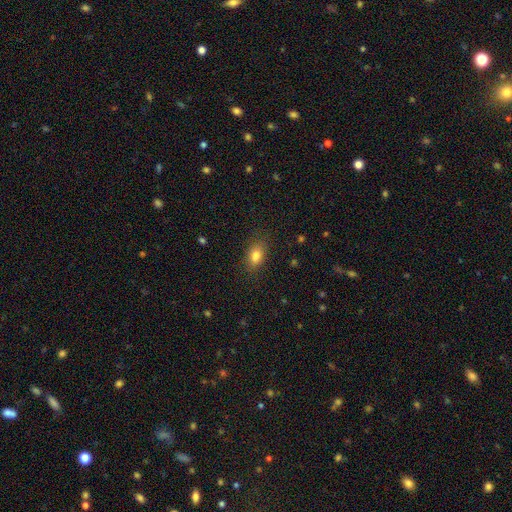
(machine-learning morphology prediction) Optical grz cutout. It shows a smooth galaxy with no disk features (82%) that is in between round and cigar-shaped (83%). Merging: none (81%).